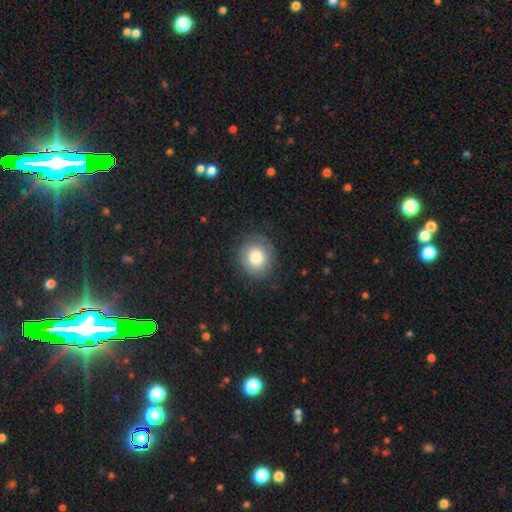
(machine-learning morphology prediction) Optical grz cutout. It shows a smooth galaxy with no disk features (79%) that is round (84%). Merging: none (82%).